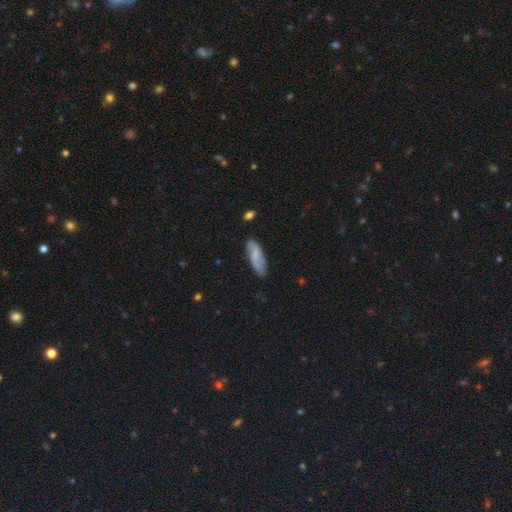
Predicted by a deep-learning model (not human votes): Morphology: type=smooth (63%); roundness=in between (58%); merging=none (75%).